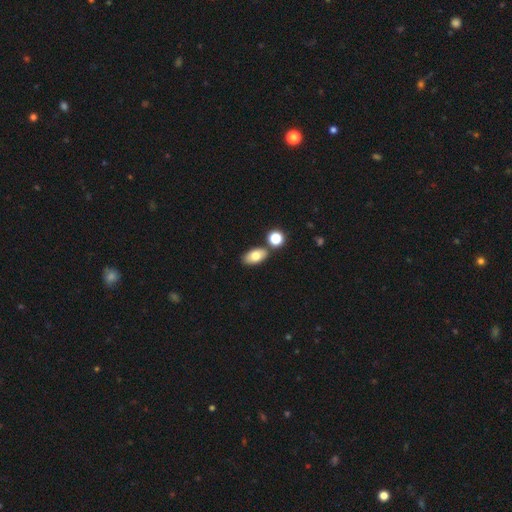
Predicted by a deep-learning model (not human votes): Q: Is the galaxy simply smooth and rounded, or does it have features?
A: smooth — 77%.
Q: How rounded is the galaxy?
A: in between — 90%.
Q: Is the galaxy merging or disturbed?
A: none — 76%.